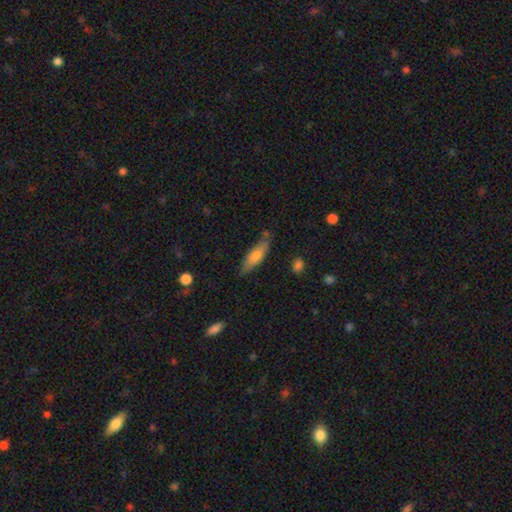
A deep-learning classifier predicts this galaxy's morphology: Q: Smooth or featured?
A: smooth (71%); runner-up: featured or disk (23%)
Q: How rounded?
A: cigar-shaped (61%); runner-up: in between (38%)
Q: Merging?
A: none (74%); runner-up: minor disturbance (19%)